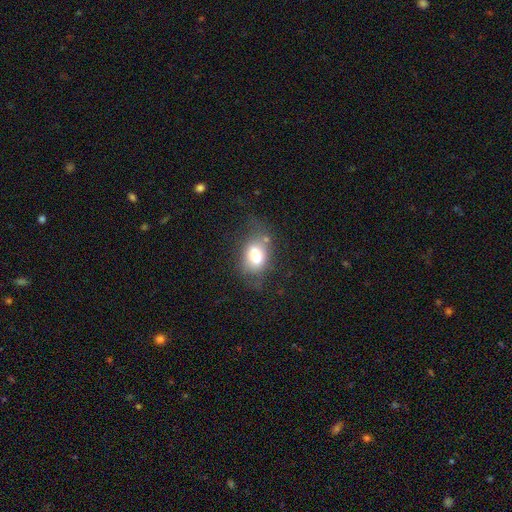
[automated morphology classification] smooth_or_featured: smooth (p=0.71) [alt: featured or disk p=0.19]
how_rounded: in between (p=0.78) [alt: round p=0.20]
merging: none (p=0.48) [alt: minor disturbance p=0.28]